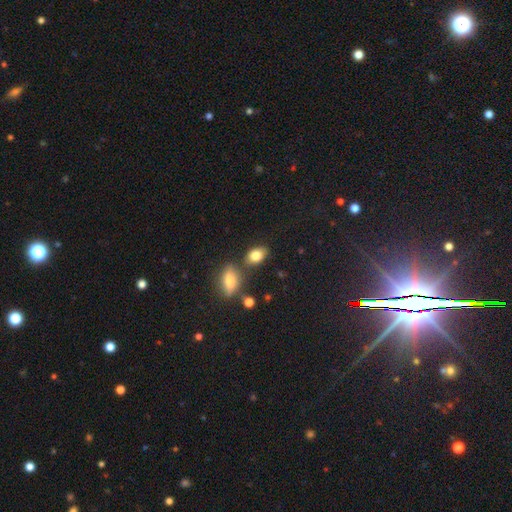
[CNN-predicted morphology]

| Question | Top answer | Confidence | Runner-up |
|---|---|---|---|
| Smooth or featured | smooth | 82% | featured or disk (9%) |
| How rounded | in between | 83% | round (15%) |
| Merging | none | 71% | minor disturbance (13%) |